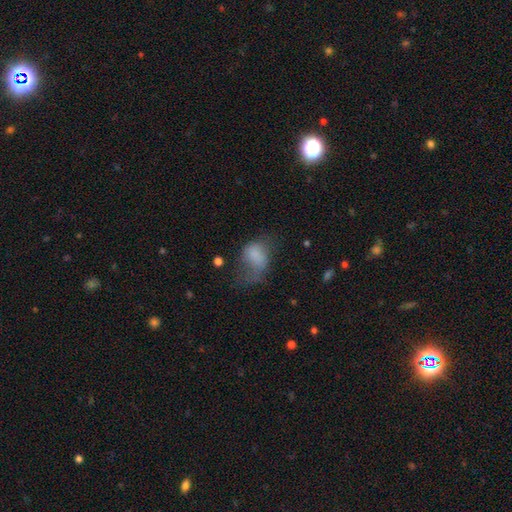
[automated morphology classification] type=smooth (69%); roundness=in between (75%); merging=major disturbance (51%).